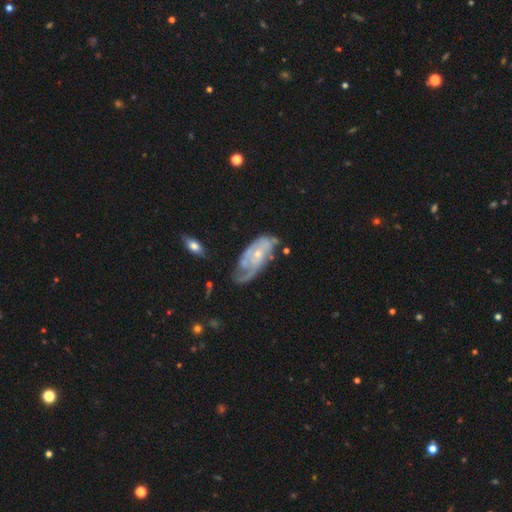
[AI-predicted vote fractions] Smooth or featured? featured or disk (75%)
Edge-on disk? no (93%)
Bar? no (72%)
Spiral arms? yes (83%)
Spiral winding? tight (49%)
Spiral arm count? can't tell (35%)
Bulge size? small (60%)
Merging? none (39%)